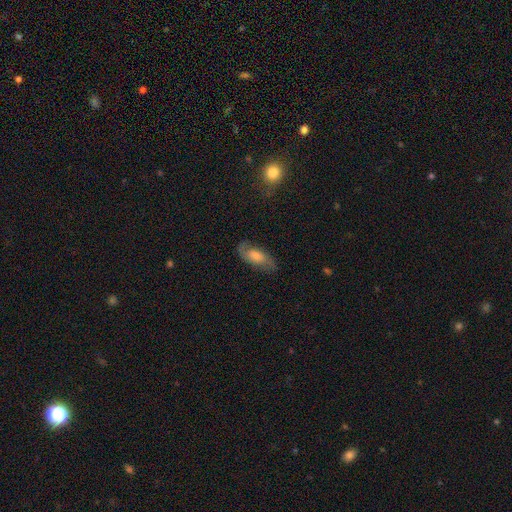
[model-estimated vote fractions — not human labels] This is possibly a featured or disk galaxy (53%). It is clearly not viewed edge-on (88%). Merging: likely none (74%).